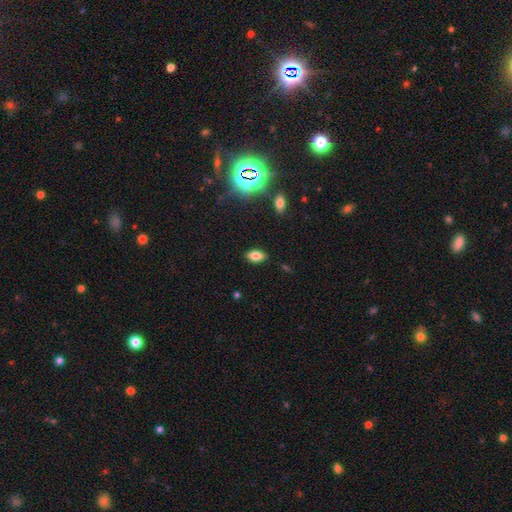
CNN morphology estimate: This appears to be a smooth galaxy with no disk features (75%) that is in between round and cigar-shaped (89%). Merging: none (86%).